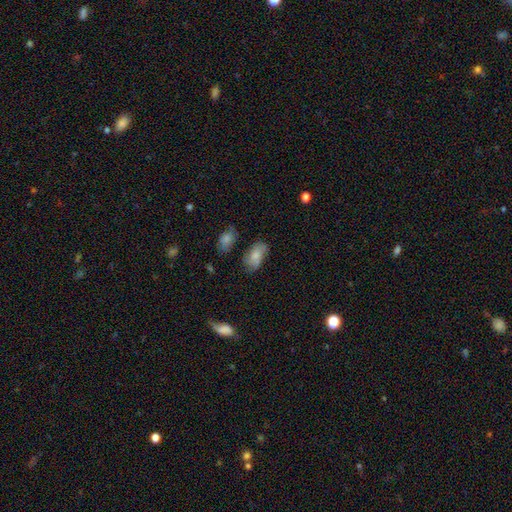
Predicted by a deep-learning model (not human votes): A smooth galaxy with no disk features (72%) that is in between round and cigar-shaped (92%).

Vote fractions:
- Smooth or featured? smooth: 72% / featured or disk: 19% / star or artifact: 8%
- How rounded? in between: 92% / round: 5% / cigar-shaped: 3%
- Merging? none: 57% / minor disturbance: 28% / major disturbance: 9% / merger: 6%